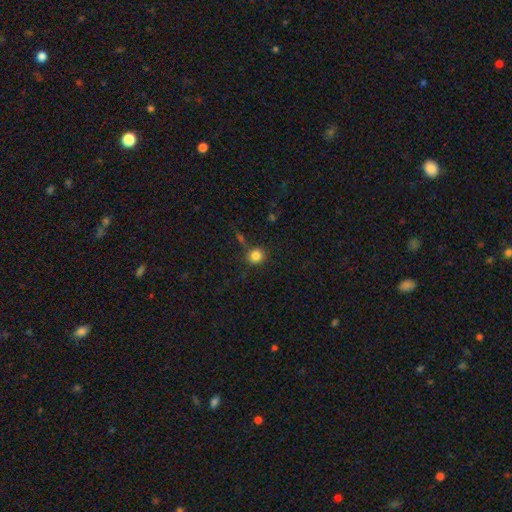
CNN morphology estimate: Smooth or featured? smooth (84%)
How rounded? round (87%)
Merging? none (79%)